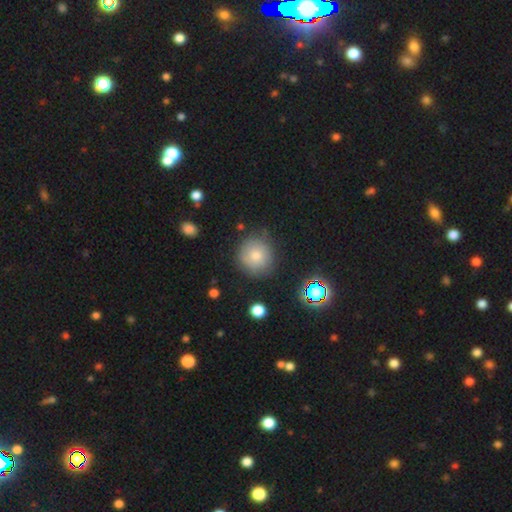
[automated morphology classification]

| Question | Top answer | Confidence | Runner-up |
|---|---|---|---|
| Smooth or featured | smooth | 77% | featured or disk (12%) |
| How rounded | round | 91% | in between (8%) |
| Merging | none | 77% | minor disturbance (16%) |